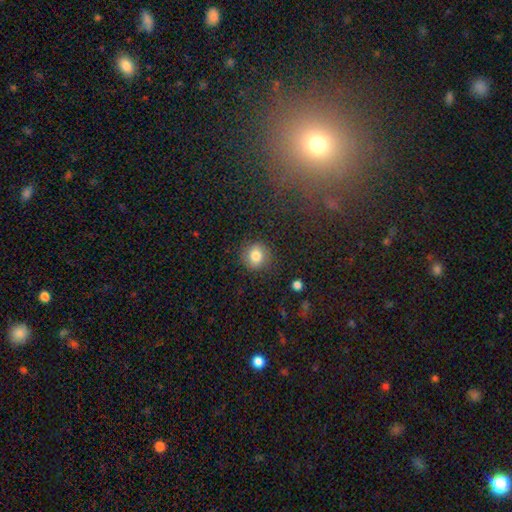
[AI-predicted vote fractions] smooth_or_featured: smooth (p=0.81) [alt: star or artifact p=0.10]
how_rounded: round (p=0.84) [alt: in between p=0.15]
merging: none (p=0.86) [alt: minor disturbance p=0.10]